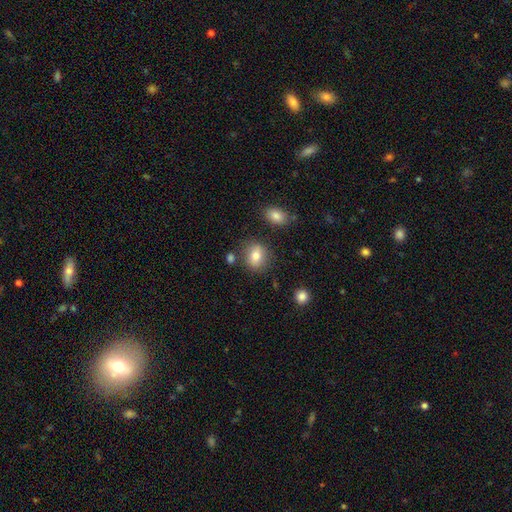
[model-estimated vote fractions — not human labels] Q: Smooth or featured?
A: smooth (78%); runner-up: featured or disk (12%)
Q: How rounded?
A: round (52%); runner-up: in between (47%)
Q: Merging?
A: none (77%); runner-up: minor disturbance (13%)